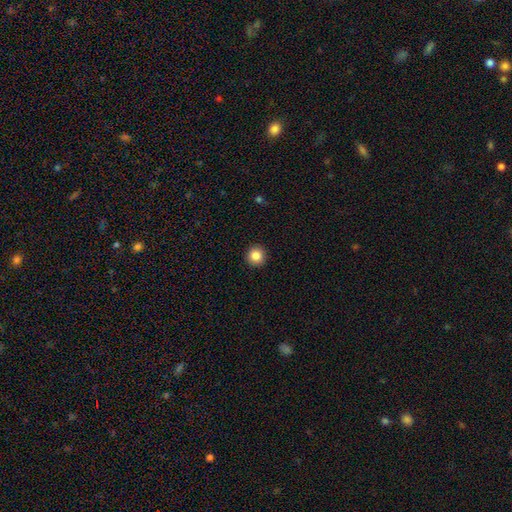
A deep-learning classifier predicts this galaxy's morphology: Smooth or featured? Predicted: smooth (p=0.86). How rounded? Predicted: round (p=0.95). Merging? Predicted: none (p=0.93).